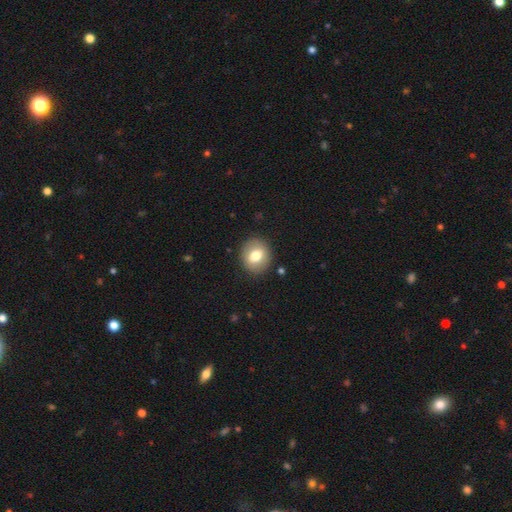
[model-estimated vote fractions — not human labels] Overall: smooth (72%). How rounded: round (72%). Merging: none (88%).